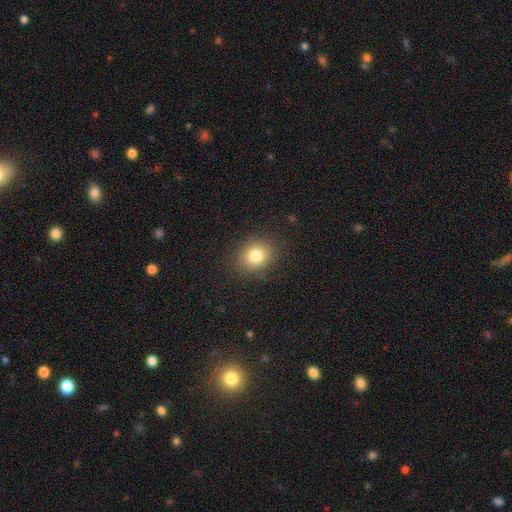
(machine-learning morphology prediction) Smooth or featured? Predicted: smooth (p=0.81). How rounded? Predicted: round (p=0.68). Merging? Predicted: none (p=0.87).